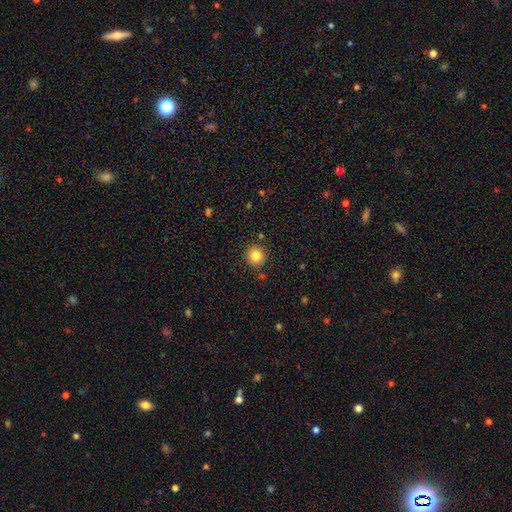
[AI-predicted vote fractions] smooth 83%, star or artifact 11%, featured or disk 6%. Down the decision tree: how rounded — round (94%); merging — none (89%).